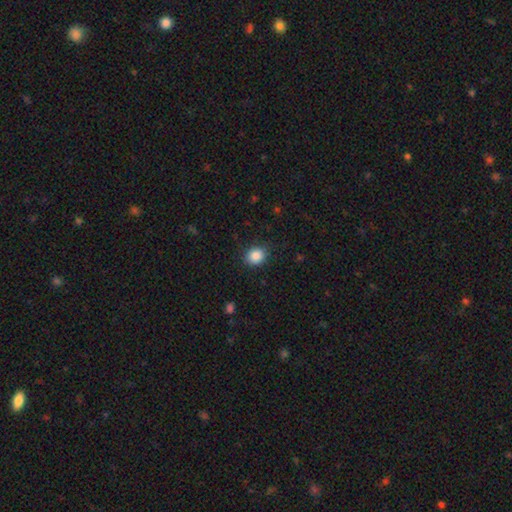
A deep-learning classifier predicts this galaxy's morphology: type=smooth (86%); roundness=round (66%); merging=none (86%).